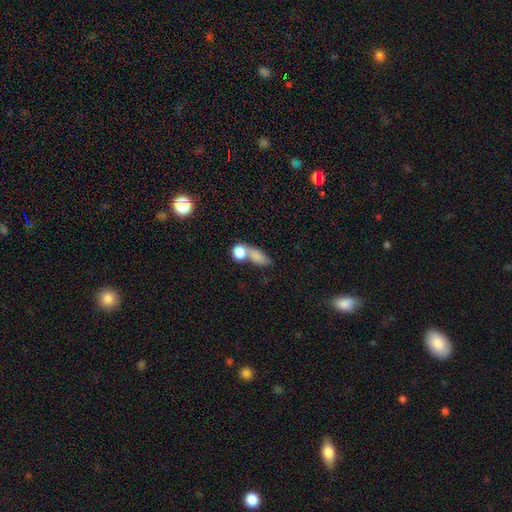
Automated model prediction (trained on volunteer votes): A smooth galaxy with no disk features (79%) that is in between round and cigar-shaped (59%).

Vote fractions:
- Smooth or featured? smooth: 79% / featured or disk: 12% / star or artifact: 9%
- How rounded? in between: 59% / round: 26% / cigar-shaped: 15%
- Merging? merger: 57% / none: 26% / minor disturbance: 9% / major disturbance: 8%